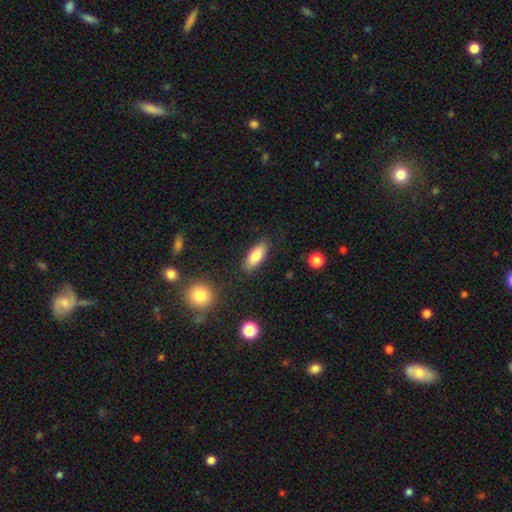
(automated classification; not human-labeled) A smooth galaxy with no disk features (80%) that is in between round and cigar-shaped (79%).

Vote fractions:
- Smooth or featured? smooth: 80% / featured or disk: 13% / star or artifact: 7%
- How rounded? in between: 79% / cigar-shaped: 18% / round: 2%
- Merging? none: 85% / minor disturbance: 10% / major disturbance: 3% / merger: 2%